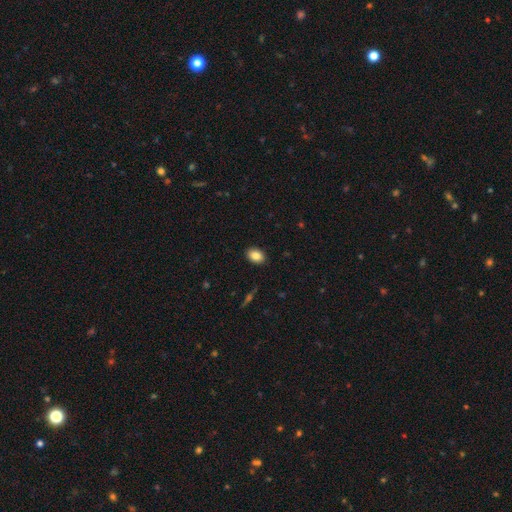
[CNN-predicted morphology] A smooth galaxy with no disk features (86%) that is in between round and cigar-shaped (78%).

Vote fractions:
- Smooth or featured? smooth: 86% / star or artifact: 8% / featured or disk: 6%
- How rounded? in between: 78% / round: 21% / cigar-shaped: 1%
- Merging? none: 90% / minor disturbance: 7% / major disturbance: 2% / merger: 1%